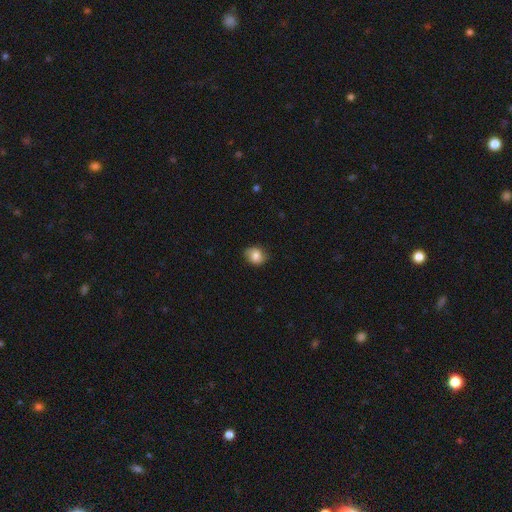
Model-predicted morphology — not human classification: This appears to be a smooth galaxy with no disk features (78%) that is round (65%). Merging: none (78%).